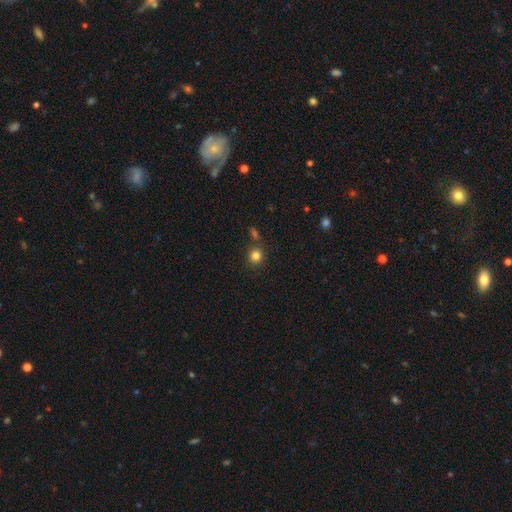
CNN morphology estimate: Smooth or featured?
  - smooth: 83% *
  - star or artifact: 13%
  - featured or disk: 5%
How rounded?
  - round: 88% *
  - in between: 11%
  - cigar-shaped: 1%
Merging?
  - none: 81% *
  - minor disturbance: 9%
  - merger: 8%
  - major disturbance: 3%